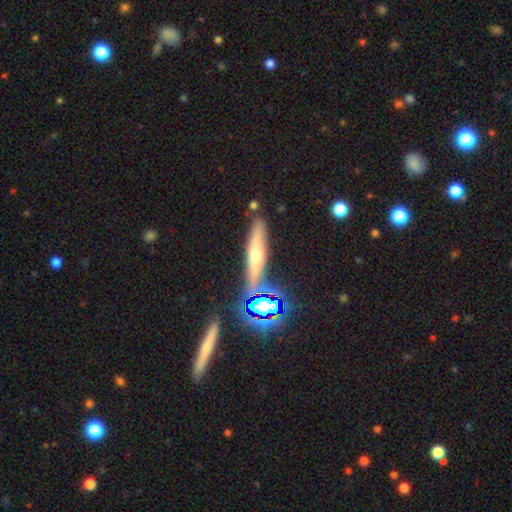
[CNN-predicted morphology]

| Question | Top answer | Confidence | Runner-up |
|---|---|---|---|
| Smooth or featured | featured or disk | 41% | smooth (36%) |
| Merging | none | 80% | minor disturbance (10%) |